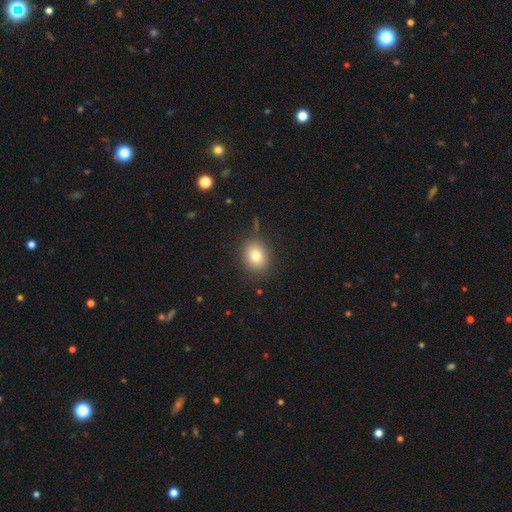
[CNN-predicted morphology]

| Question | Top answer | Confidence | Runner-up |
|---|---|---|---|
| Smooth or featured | smooth | 78% | star or artifact (11%) |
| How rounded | round | 59% | in between (40%) |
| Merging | none | 84% | minor disturbance (10%) |